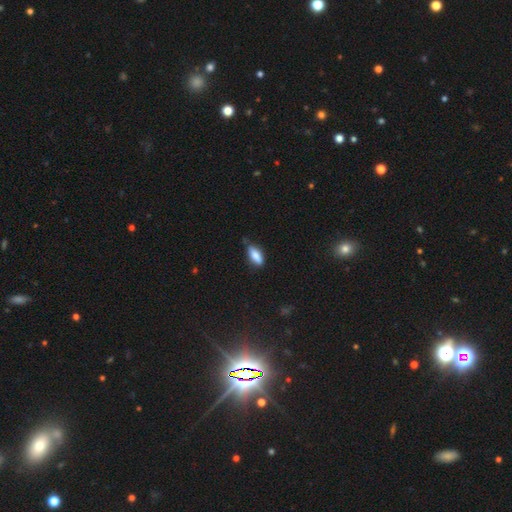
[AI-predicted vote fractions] This is clearly a smooth galaxy (83%). How rounded: likely in between (80%). Merging: likely none (61%).